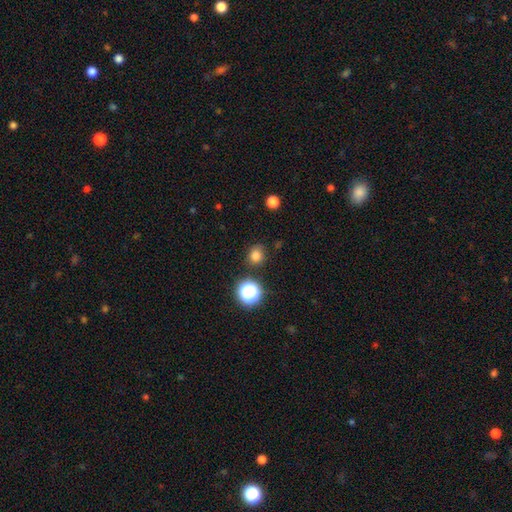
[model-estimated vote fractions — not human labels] Smooth or featured? Predicted: smooth (p=0.79). How rounded? Predicted: round (p=0.82). Merging? Predicted: none (p=0.83).